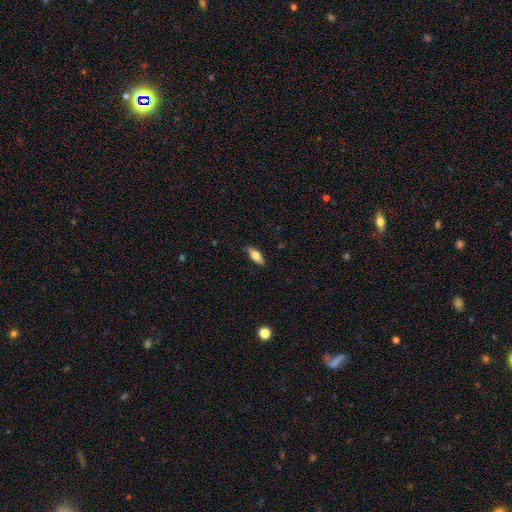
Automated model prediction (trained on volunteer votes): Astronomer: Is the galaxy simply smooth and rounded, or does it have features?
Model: smooth — 66%.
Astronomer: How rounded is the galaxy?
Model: in between — 73%.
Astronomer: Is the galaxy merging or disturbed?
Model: none — 82%.